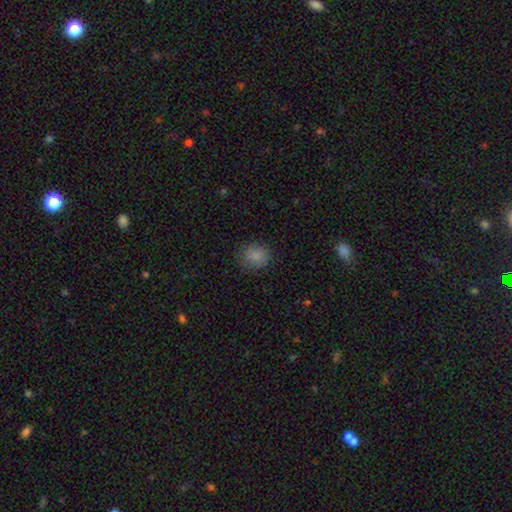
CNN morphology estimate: The model was most divided on "how rounded": round: 77%, in between: 22%, cigar-shaped: 1%. More confident: smooth or featured — smooth (84%); merging — none (81%).